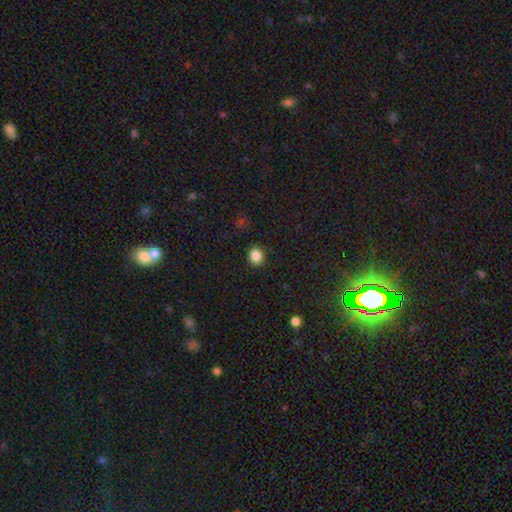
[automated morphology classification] This is clearly a smooth galaxy (85%). How rounded: likely round (76%). Merging: clearly none (90%).